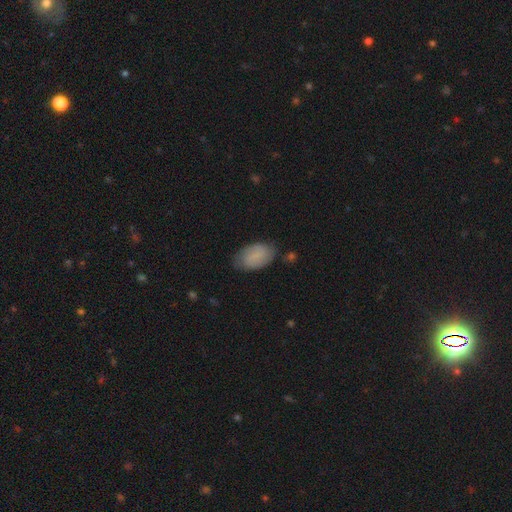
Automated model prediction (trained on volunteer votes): This appears to be a smooth galaxy with no disk features (68%) that is in between round and cigar-shaped (93%). Merging: none (74%).